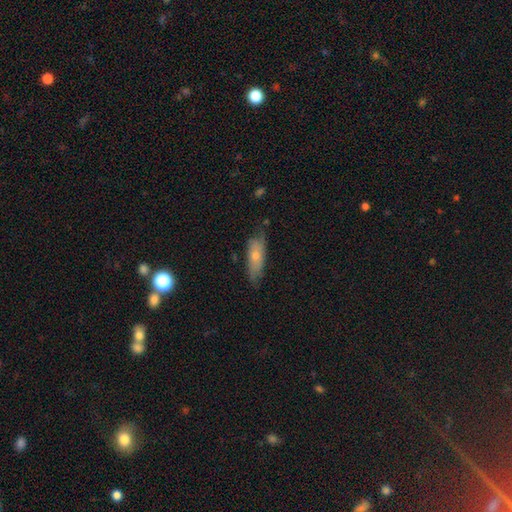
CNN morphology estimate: type=smooth (63%); roundness=in between (60%); merging=none (65%).